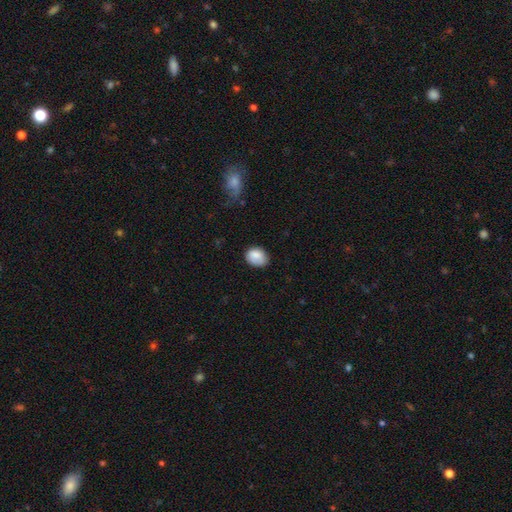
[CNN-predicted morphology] The model was most divided on "how rounded": in between: 58%, round: 41%, cigar-shaped: 1%. More confident: smooth or featured — smooth (82%); merging — none (68%).